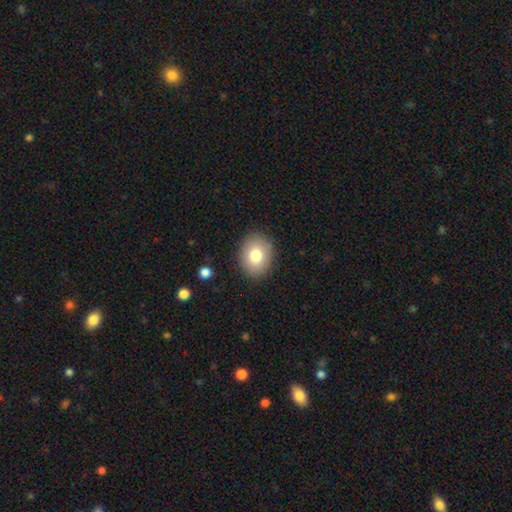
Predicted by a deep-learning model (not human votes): A smooth galaxy with no disk features (79%) that is in between round and cigar-shaped (55%). Merging: none (88%).